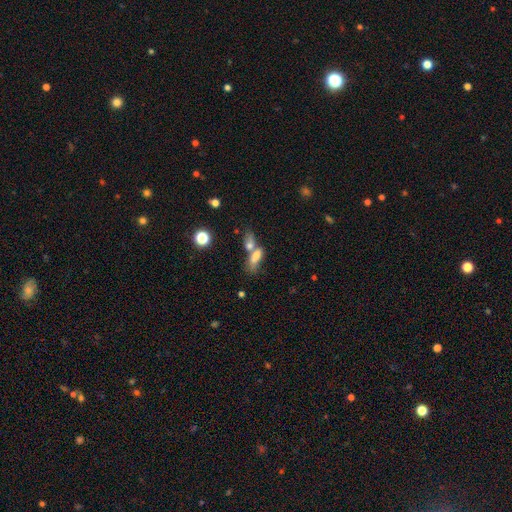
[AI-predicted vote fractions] Morphology: type=smooth (67%); roundness=in between (63%); merging=merger (58%).